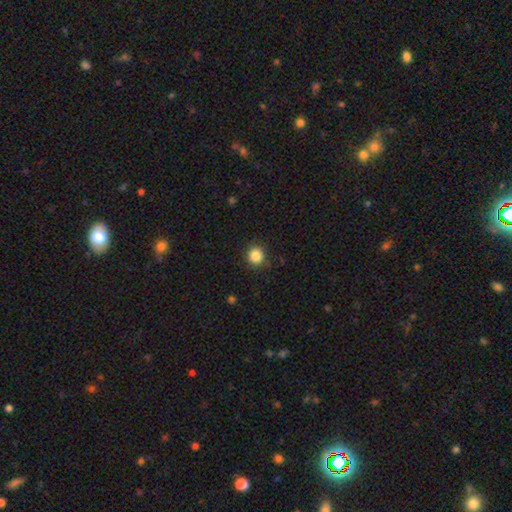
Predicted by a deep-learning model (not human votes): Smooth or featured: smooth — 86% (star or artifact — 11%)
How rounded: round — 90% (in between — 9%)
Merging: none — 89% (minor disturbance — 8%)